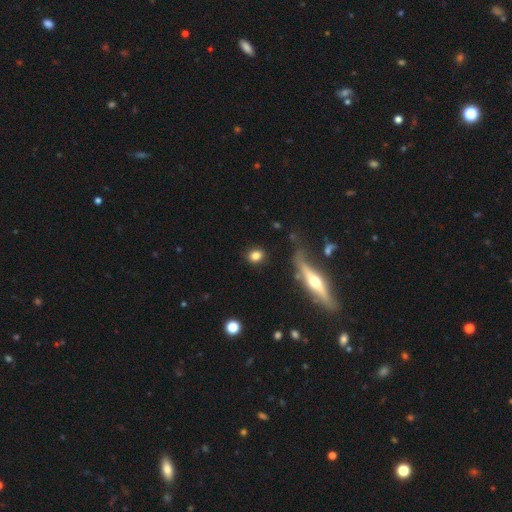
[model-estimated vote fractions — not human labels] Q: Smooth or featured?
A: smooth (80%); runner-up: featured or disk (11%)
Q: How rounded?
A: round (60%); runner-up: in between (36%)
Q: Merging?
A: none (85%); runner-up: minor disturbance (9%)